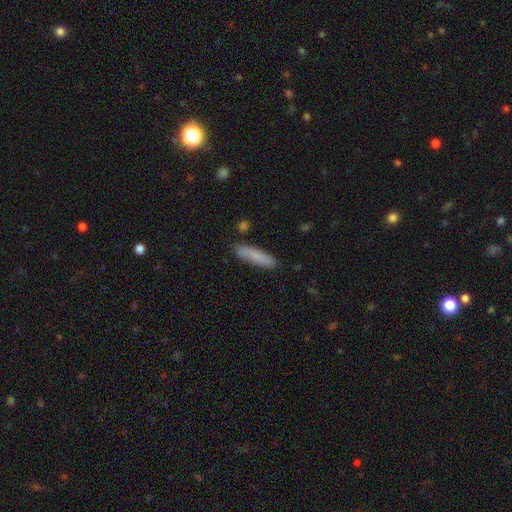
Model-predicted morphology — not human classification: This is likely a smooth galaxy (77%). How rounded: likely cigar-shaped (78%). Merging: clearly none (83%).